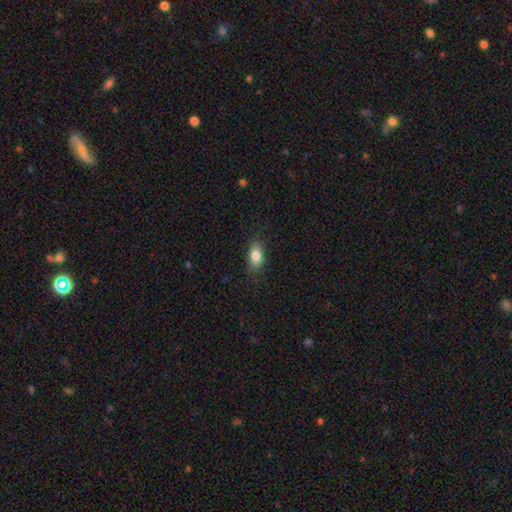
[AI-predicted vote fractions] Smooth or featured? smooth (83%)
How rounded? in between (86%)
Merging? none (84%)